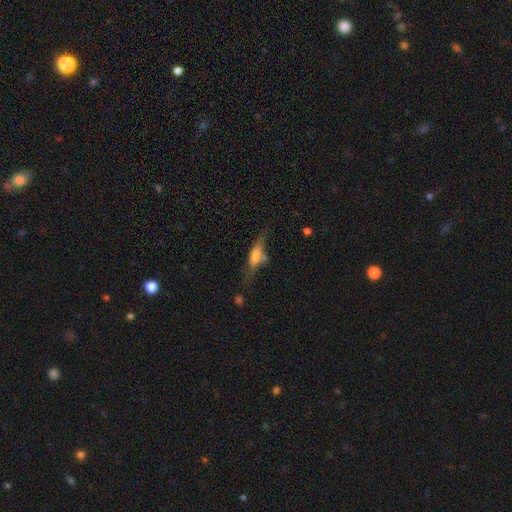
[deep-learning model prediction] Smooth or featured?
  - smooth: 49% *
  - featured or disk: 42%
  - star or artifact: 9%
Merging?
  - none: 50% *
  - minor disturbance: 26%
  - major disturbance: 15%
  - merger: 9%